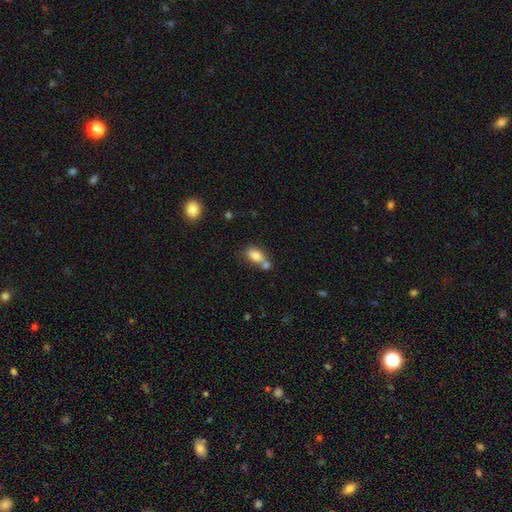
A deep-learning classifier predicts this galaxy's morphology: Smooth or featured? smooth (78%)
How rounded? in between (87%)
Merging? none (42%, tied with merger)